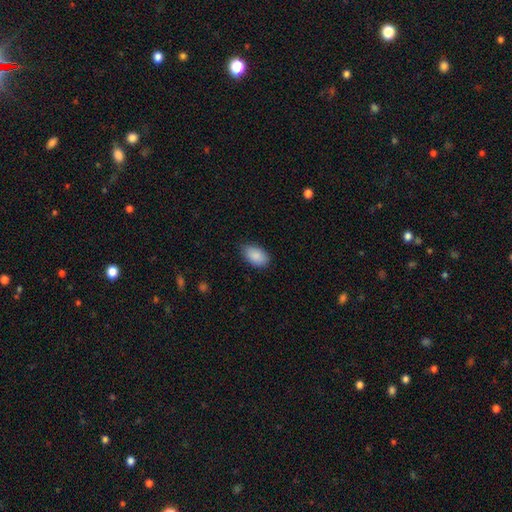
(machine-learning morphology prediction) Q: Smooth or featured?
A: smooth (89%); runner-up: star or artifact (6%)
Q: How rounded?
A: in between (93%); runner-up: round (5%)
Q: Merging?
A: none (80%); runner-up: minor disturbance (17%)